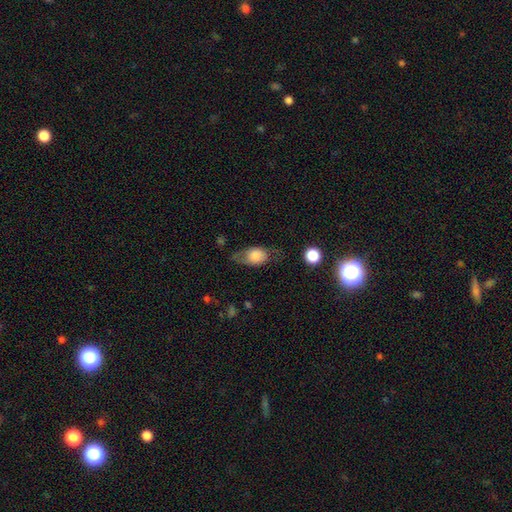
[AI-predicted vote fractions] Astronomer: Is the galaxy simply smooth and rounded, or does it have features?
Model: smooth — 67%.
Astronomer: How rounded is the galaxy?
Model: in between — 74%.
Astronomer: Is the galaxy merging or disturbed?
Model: none — 52% (runner-up: minor disturbance, 28%).